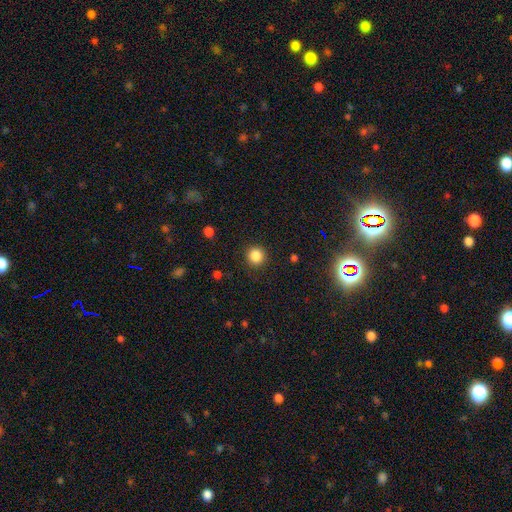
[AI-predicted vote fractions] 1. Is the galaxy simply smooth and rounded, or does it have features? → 85% smooth, 11% star or artifact, 4% featured or disk.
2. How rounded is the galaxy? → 94% round, 5% in between, 1% cigar-shaped.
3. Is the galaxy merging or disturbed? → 91% none, 6% minor disturbance, 2% major disturbance, 1% merger.